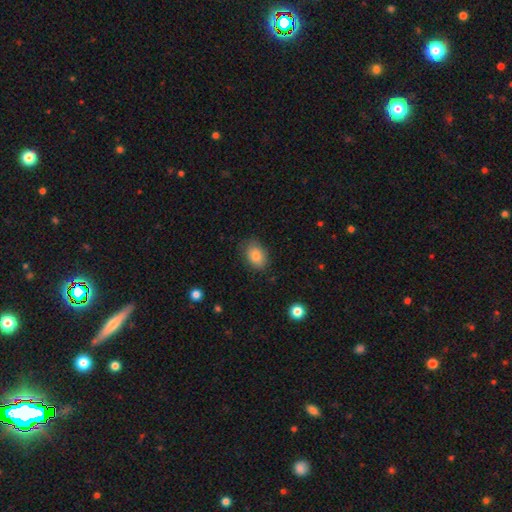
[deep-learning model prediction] smooth-or-featured: smooth: 84% | star or artifact: 8% | featured or disk: 8%
  how-rounded: in between: 81% | round: 17% | cigar-shaped: 1%
  merging: none: 81% | minor disturbance: 15% | major disturbance: 3% | merger: 1%